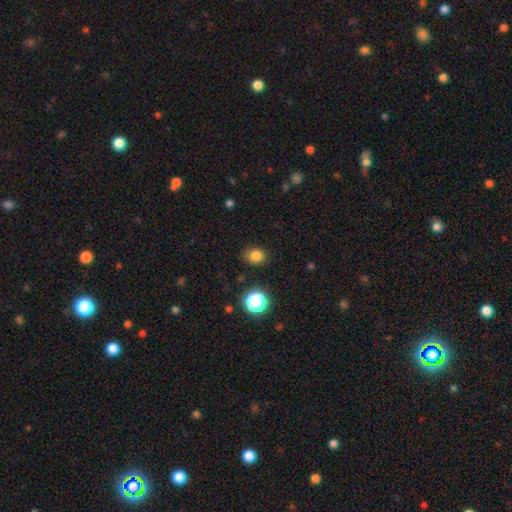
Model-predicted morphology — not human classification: Smooth or featured? Predicted: smooth (p=0.81). How rounded? Predicted: round (p=0.61). Merging? Predicted: none (p=0.85).